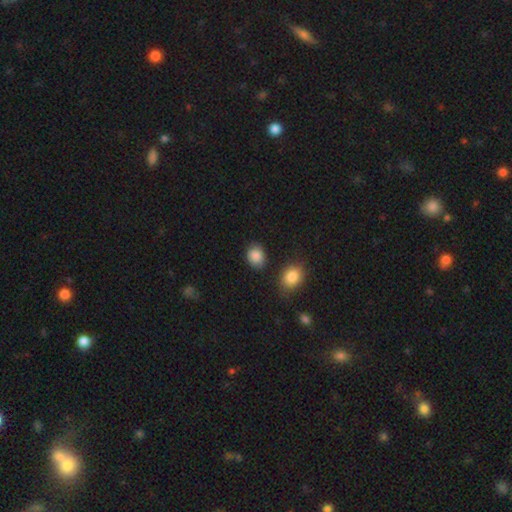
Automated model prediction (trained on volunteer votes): A smooth galaxy with no disk features (87%) that is round (56%).

Vote fractions:
- Smooth or featured? smooth: 87% / star or artifact: 8% / featured or disk: 5%
- How rounded? round: 56% / in between: 43% / cigar-shaped: 1%
- Merging? none: 79% / minor disturbance: 15% / major disturbance: 3% / merger: 3%